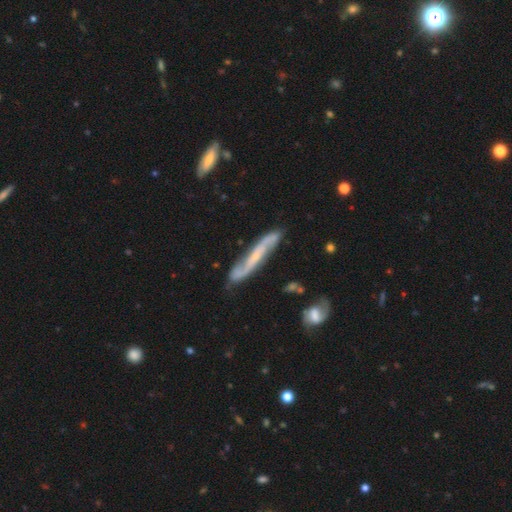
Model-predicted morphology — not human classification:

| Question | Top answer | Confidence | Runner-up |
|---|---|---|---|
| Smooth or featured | featured or disk | 78% | smooth (16%) |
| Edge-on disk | no | 64% | yes (36%) |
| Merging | none | 77% | minor disturbance (16%) |